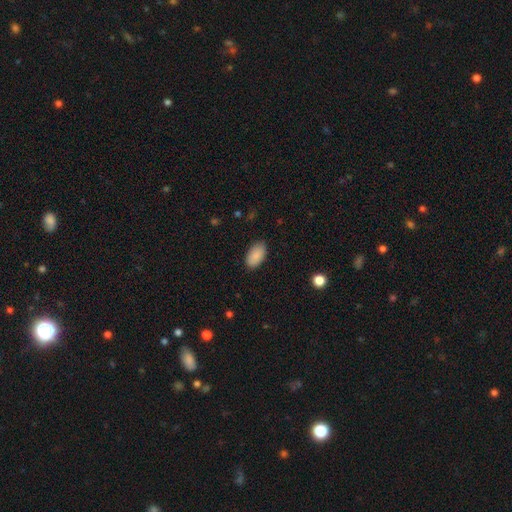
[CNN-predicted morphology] Smooth or featured: smooth — 89% (star or artifact — 7%)
How rounded: in between — 95% (round — 3%)
Merging: none — 87% (minor disturbance — 10%)